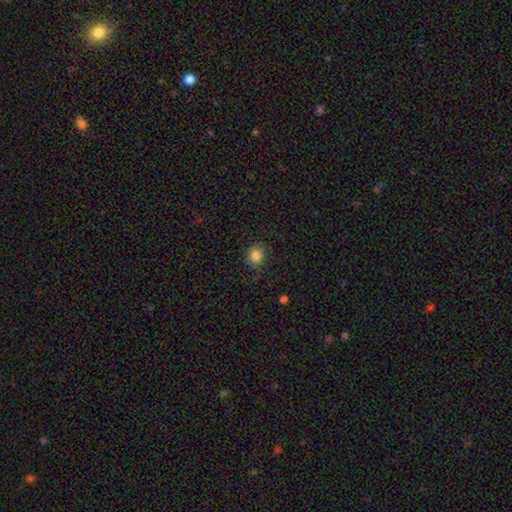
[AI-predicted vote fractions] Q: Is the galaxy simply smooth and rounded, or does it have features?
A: smooth — 84%.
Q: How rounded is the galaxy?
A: round — 62%.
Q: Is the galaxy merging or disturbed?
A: none — 79%.